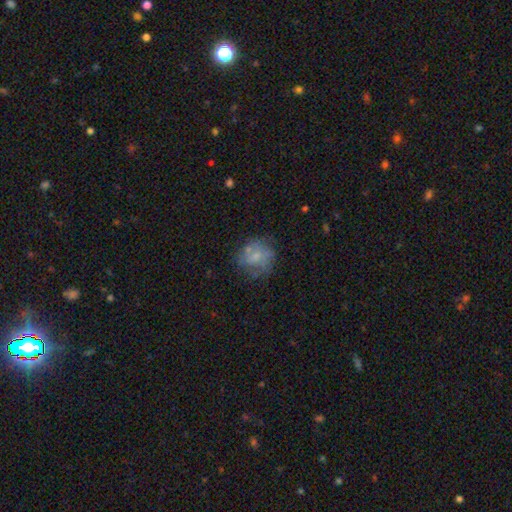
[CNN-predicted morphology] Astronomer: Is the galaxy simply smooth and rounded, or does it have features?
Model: smooth — 54% (runner-up: featured or disk, 37%).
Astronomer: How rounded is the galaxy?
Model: round — 76%.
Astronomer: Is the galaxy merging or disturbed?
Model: none — 57%.